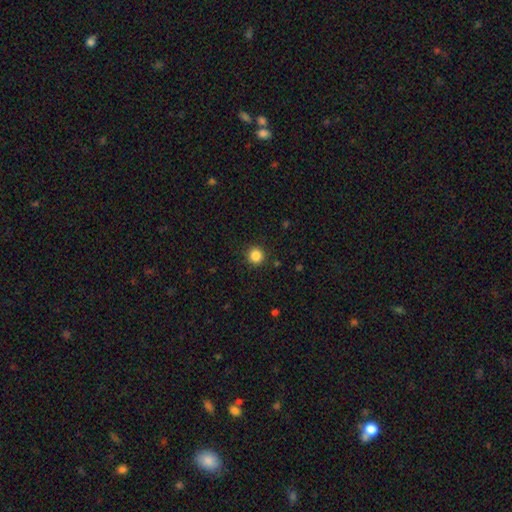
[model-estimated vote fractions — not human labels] Smooth or featured: smooth — 86% (star or artifact — 11%)
How rounded: round — 94% (in between — 5%)
Merging: none — 91% (minor disturbance — 6%)